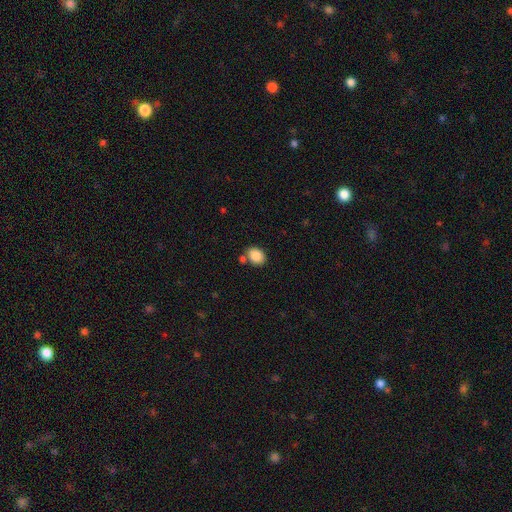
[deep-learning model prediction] Morphology: type=smooth (86%); roundness=in between (59%); merging=none (71%).